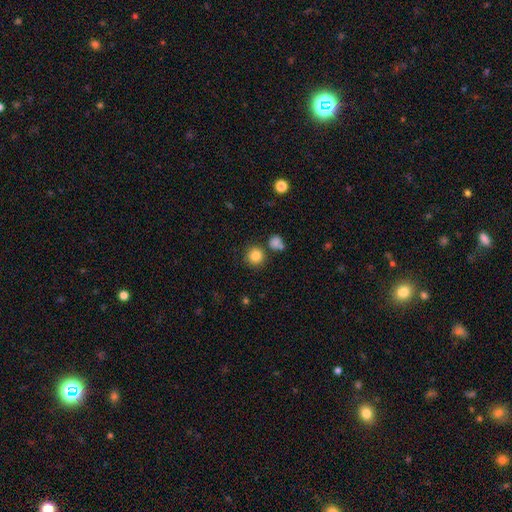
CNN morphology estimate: smooth_or_featured: smooth (p=0.84) [alt: star or artifact p=0.11]
how_rounded: round (p=0.92) [alt: in between p=0.07]
merging: none (p=0.80) [alt: minor disturbance p=0.09]